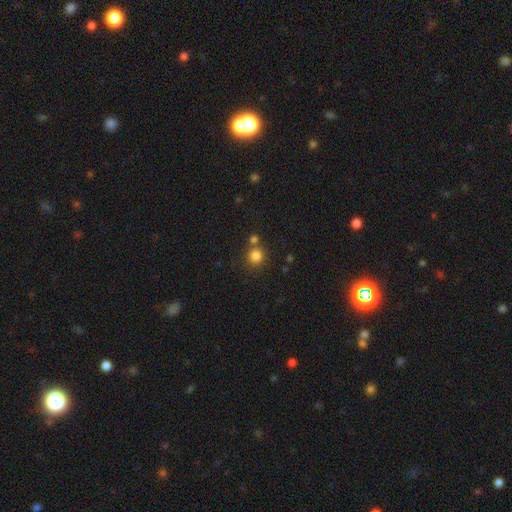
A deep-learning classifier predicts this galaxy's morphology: Q: Smooth or featured?
A: smooth (82%); runner-up: star or artifact (13%)
Q: How rounded?
A: round (92%); runner-up: in between (7%)
Q: Merging?
A: none (71%); runner-up: merger (18%)